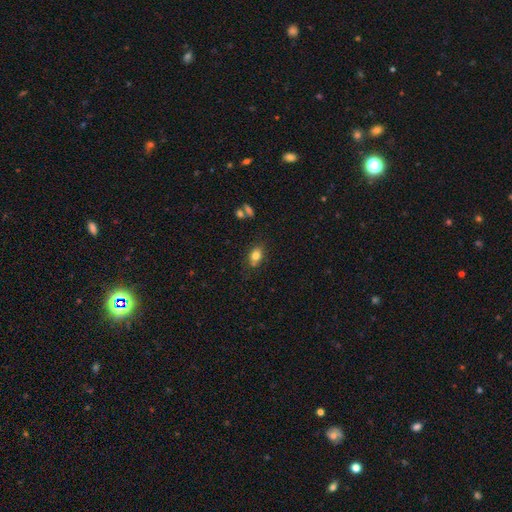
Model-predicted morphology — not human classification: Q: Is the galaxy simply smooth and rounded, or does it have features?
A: smooth — 79%.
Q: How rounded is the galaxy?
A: in between — 77%.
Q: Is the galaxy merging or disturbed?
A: none — 74%.